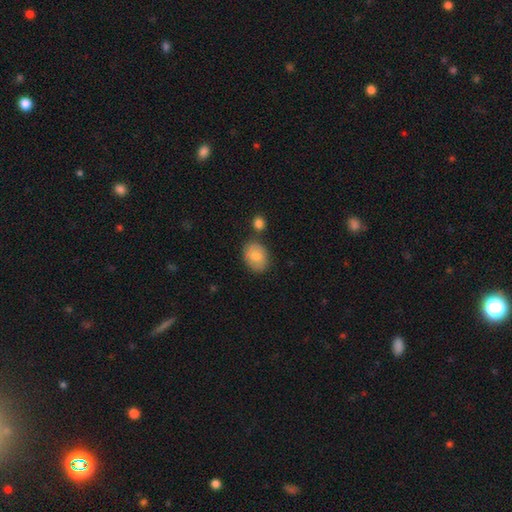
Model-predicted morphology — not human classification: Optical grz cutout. It shows a smooth galaxy with no disk features (73%) that is in between round and cigar-shaped (62%). Merging: none (72%).